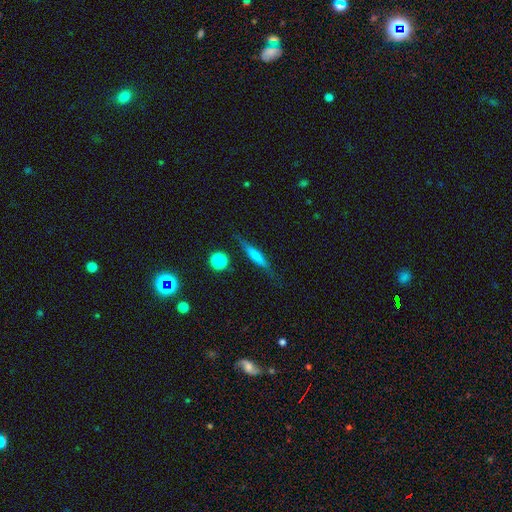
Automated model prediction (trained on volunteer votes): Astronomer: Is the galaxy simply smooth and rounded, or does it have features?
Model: smooth — 50% (runner-up: featured or disk, 41%).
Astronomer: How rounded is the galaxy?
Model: cigar-shaped — 85%.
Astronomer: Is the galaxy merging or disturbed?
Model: none — 82%.